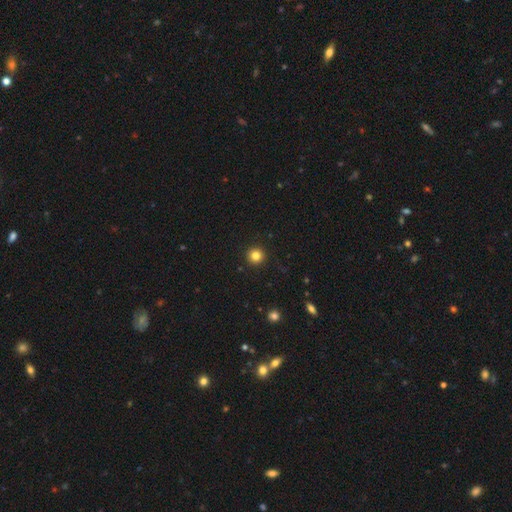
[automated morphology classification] Smooth or featured? smooth (83%)
How rounded? round (96%)
Merging? none (93%)